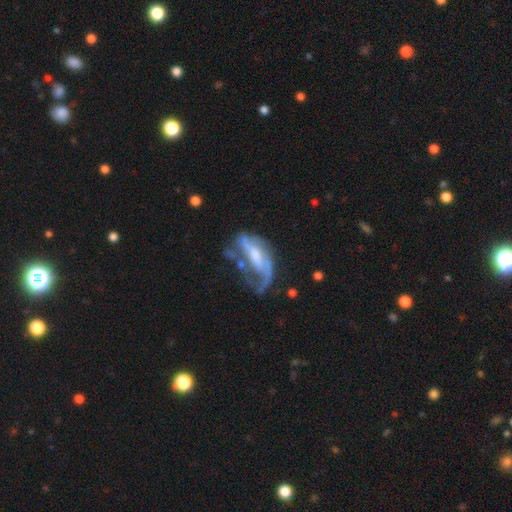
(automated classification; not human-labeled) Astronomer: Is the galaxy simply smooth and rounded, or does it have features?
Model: featured or disk — 73%.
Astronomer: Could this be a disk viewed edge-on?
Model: no — 90%.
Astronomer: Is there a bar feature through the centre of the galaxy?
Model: no — 36% (runner-up: weak, 35%).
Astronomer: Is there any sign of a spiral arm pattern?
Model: yes — 74%.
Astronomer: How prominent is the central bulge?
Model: moderate — 44% (runner-up: small, 24%).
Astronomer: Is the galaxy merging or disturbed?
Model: major disturbance — 42% (runner-up: none, 30%).